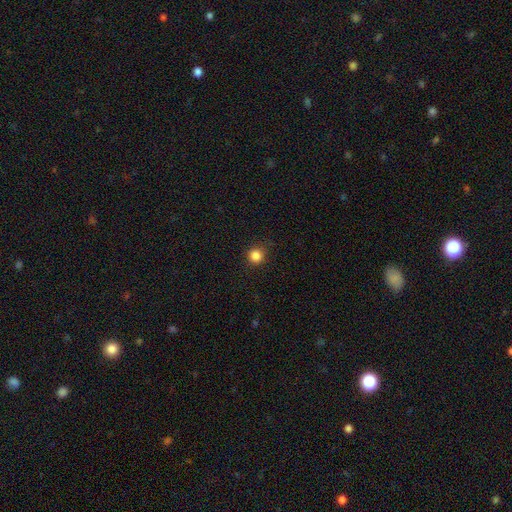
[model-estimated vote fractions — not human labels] A smooth galaxy with no disk features (85%) that is round (93%).

Vote fractions:
- Smooth or featured? smooth: 85% / star or artifact: 12% / featured or disk: 4%
- How rounded? round: 93% / in between: 6% / cigar-shaped: 1%
- Merging? none: 87% / minor disturbance: 9% / major disturbance: 3% / merger: 1%